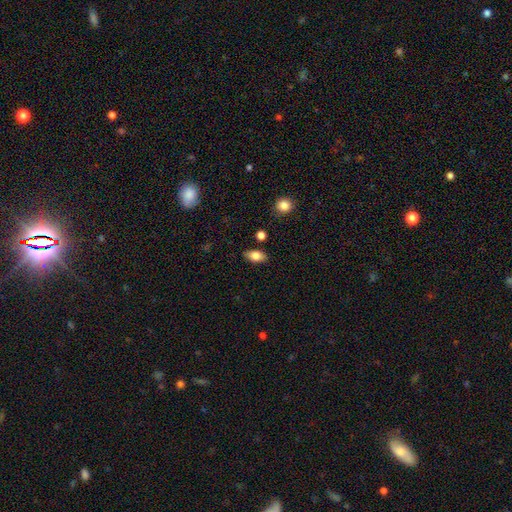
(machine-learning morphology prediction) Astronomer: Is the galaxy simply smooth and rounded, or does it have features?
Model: smooth — 80%.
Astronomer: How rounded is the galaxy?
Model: in between — 88%.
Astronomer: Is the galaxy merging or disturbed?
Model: none — 85%.